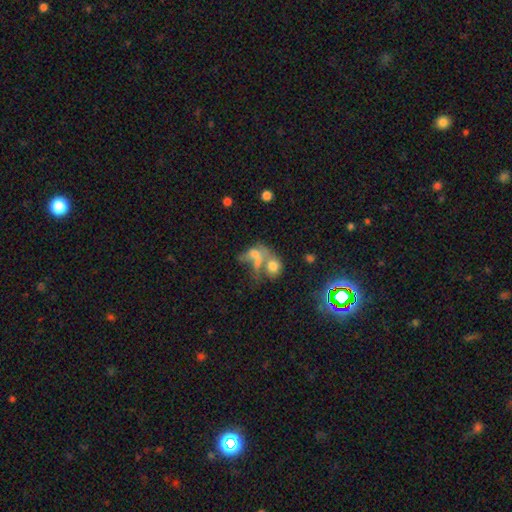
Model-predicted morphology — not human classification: Smooth or featured? smooth (52%)
How rounded? in between (68%)
Merging? merger (61%)